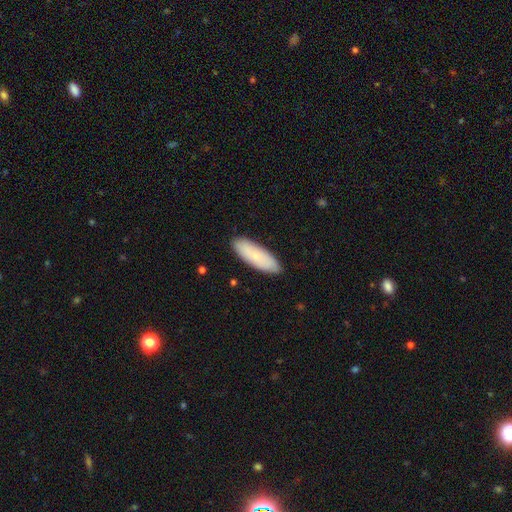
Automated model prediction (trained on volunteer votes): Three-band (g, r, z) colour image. It shows a smooth galaxy with no disk features (75%) that is in between round and cigar-shaped (64%). Merging: none (87%).